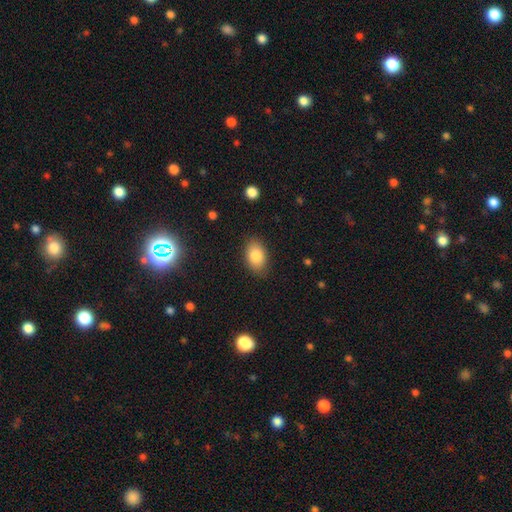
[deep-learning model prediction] This is clearly a smooth galaxy (84%). How rounded: clearly in between (88%). Merging: clearly none (84%).